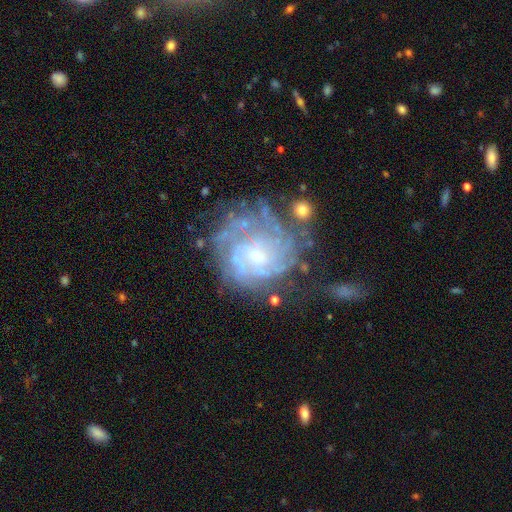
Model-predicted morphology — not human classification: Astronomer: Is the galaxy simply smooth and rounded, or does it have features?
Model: featured or disk — 80%.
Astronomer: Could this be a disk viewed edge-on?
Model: no — 98%.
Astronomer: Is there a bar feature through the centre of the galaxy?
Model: no — 68%.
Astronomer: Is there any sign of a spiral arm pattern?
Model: yes — 87%.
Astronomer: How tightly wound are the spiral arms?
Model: tight — 67%.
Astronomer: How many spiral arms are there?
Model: can't tell — 47%.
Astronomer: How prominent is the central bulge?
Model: small — 58%.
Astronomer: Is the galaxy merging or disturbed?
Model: none — 59%.